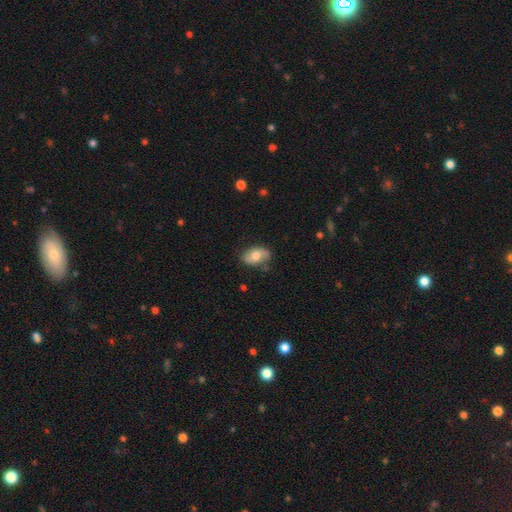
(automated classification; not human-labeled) Q: Smooth or featured?
A: smooth (64%); runner-up: featured or disk (29%)
Q: How rounded?
A: in between (87%); runner-up: round (11%)
Q: Merging?
A: none (74%); runner-up: minor disturbance (20%)